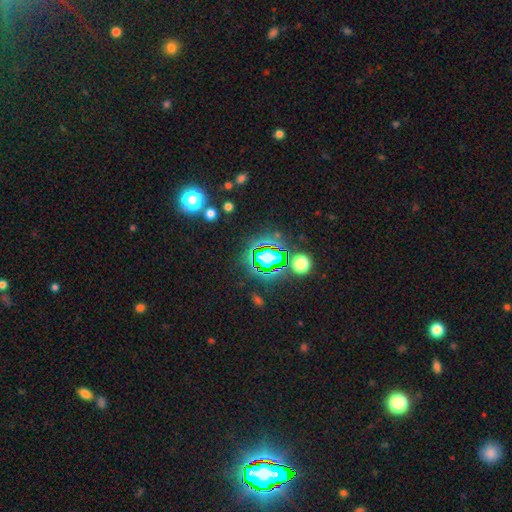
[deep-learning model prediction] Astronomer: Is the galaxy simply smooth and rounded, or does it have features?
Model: star or artifact — 80%.